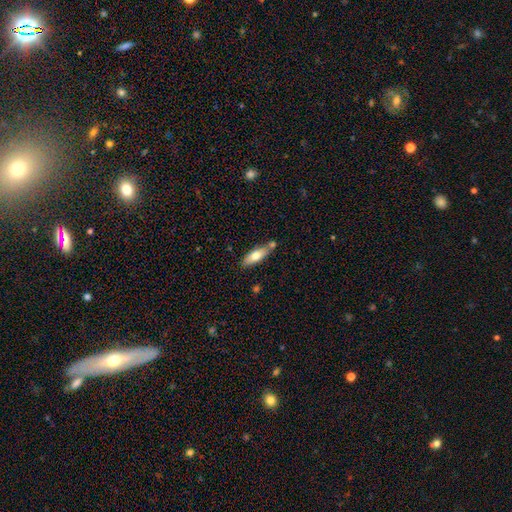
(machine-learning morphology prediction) Overall: smooth (66%; featured or disk 27%). How rounded: in between (56%; cigar-shaped 42%). Merging: none (65%).